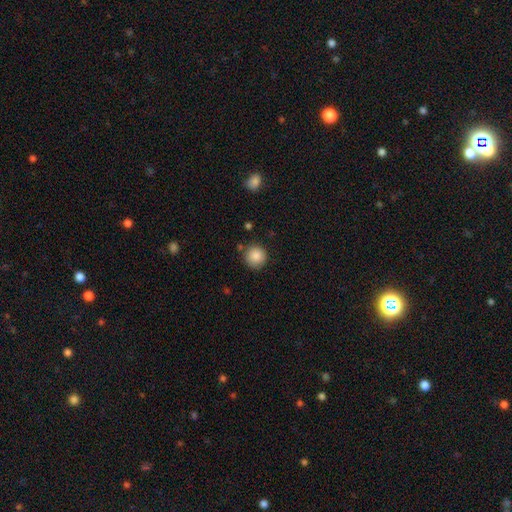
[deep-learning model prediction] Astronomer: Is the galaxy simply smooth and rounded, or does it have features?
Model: smooth — 87%.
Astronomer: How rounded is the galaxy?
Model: round — 94%.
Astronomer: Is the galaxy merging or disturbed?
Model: none — 84%.